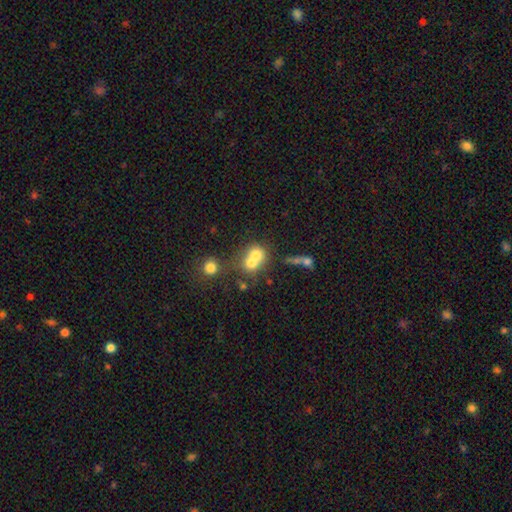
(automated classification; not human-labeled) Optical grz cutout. It shows a smooth galaxy with no disk features (68%) that is round (73%). Merging: merger (66%).